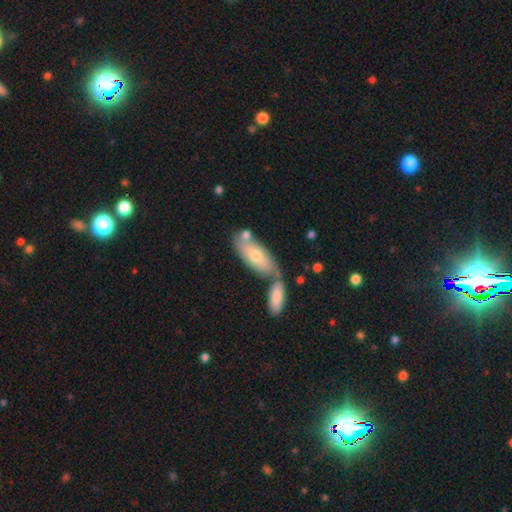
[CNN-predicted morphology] Overall: smooth (65%; featured or disk 29%). How rounded: in between (79%). Merging: none (51%; merger 32%).